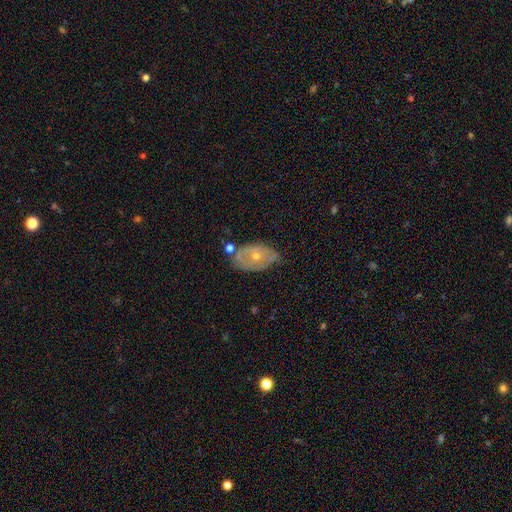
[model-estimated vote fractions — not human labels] This is possibly a featured or disk galaxy (58%). It is clearly not viewed edge-on (92%). Bar: clearly no (86%). Spiral arm pattern: possibly no (60%). Central bulge: possibly small (49%). Merging: possibly none (57%).